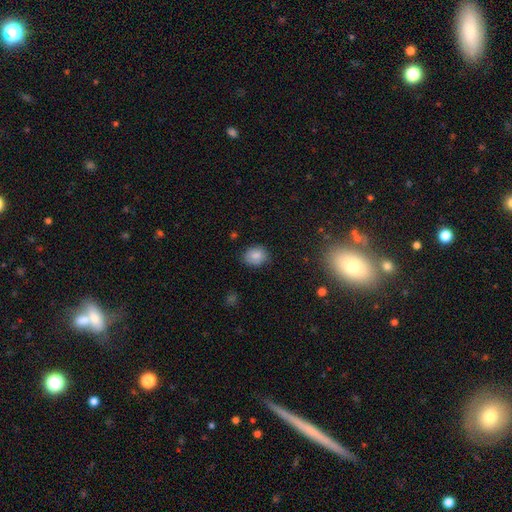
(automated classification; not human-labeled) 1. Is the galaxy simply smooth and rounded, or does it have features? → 81% smooth, 10% featured or disk, 9% star or artifact.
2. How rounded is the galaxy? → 54% round, 45% in between, 1% cigar-shaped.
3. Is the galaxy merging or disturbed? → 77% none, 18% minor disturbance, 4% major disturbance, 1% merger.